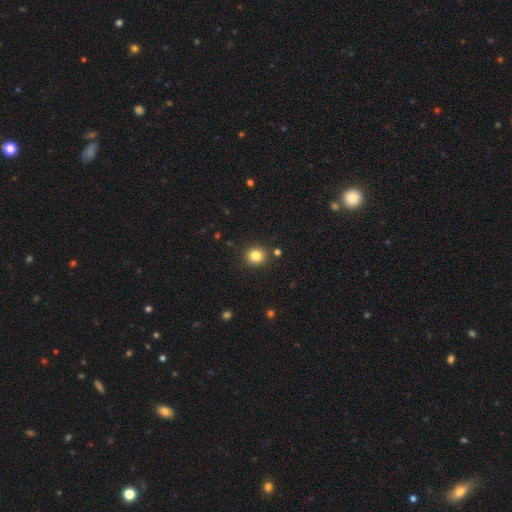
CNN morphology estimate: A smooth galaxy with no disk features (83%) that is round (84%). Merging: none (87%).